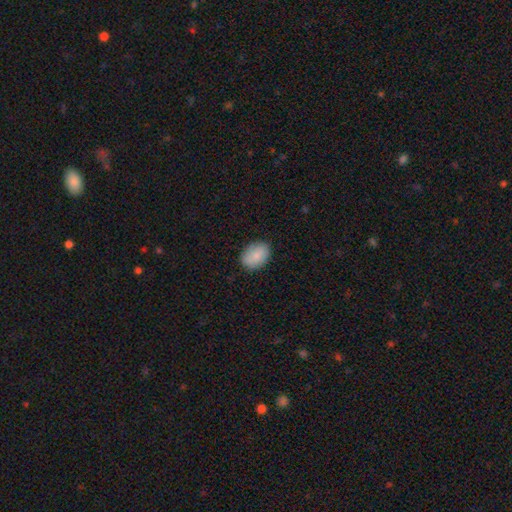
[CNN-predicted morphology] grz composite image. It shows a smooth galaxy with no disk features (87%) that is in between round and cigar-shaped (79%). Merging: none (84%).